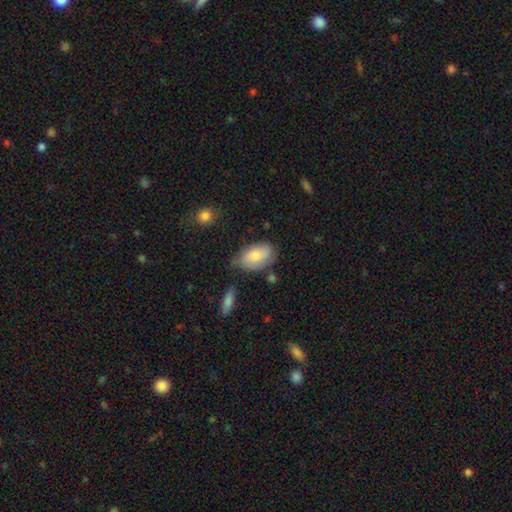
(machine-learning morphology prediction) type=smooth (76%); roundness=in between (93%); merging=none (61%).